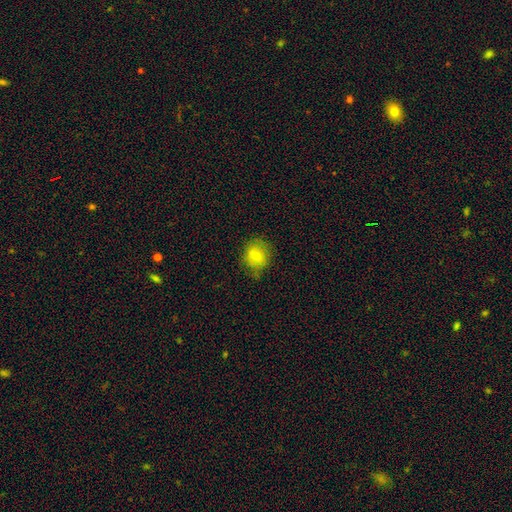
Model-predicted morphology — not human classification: Smooth or featured: smooth — 76% (featured or disk — 14%)
How rounded: round — 61% (in between — 38%)
Merging: none — 70% (minor disturbance — 22%)